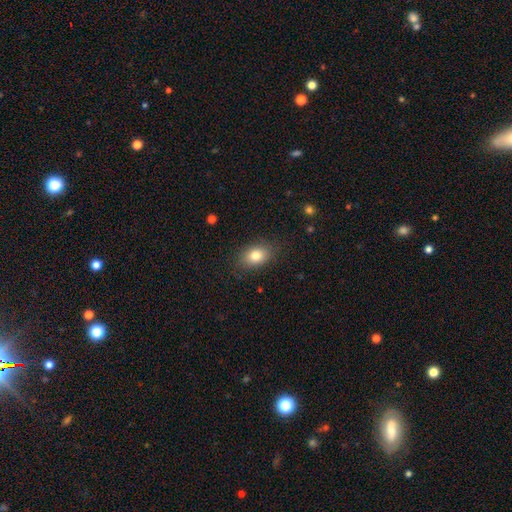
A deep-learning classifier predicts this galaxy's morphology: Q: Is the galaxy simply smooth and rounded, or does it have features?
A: smooth — 81%.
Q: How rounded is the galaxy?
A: in between — 79%.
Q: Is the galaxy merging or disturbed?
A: none — 84%.